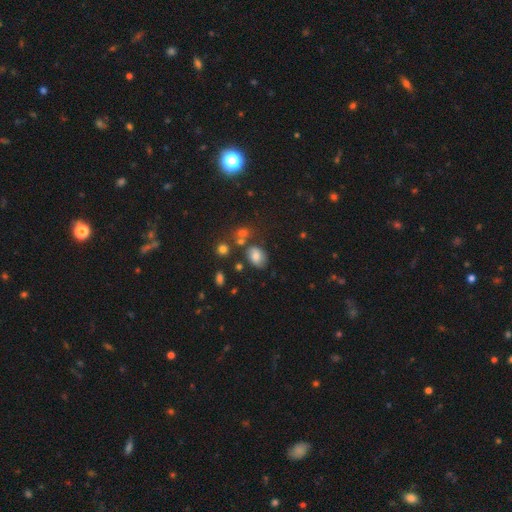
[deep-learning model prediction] Smooth or featured? smooth (71%)
How rounded? in between (75%)
Merging? none (62%)